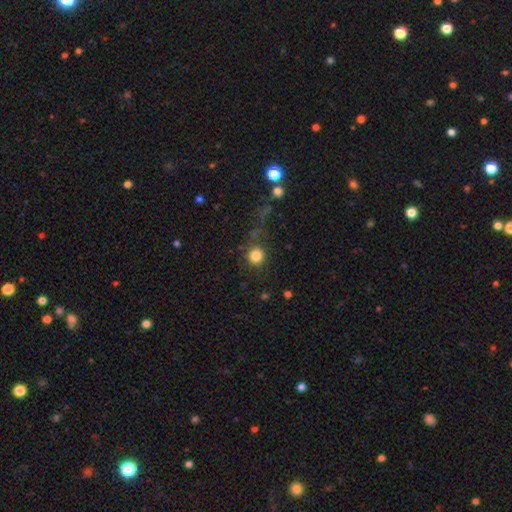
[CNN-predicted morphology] Smooth or featured? Predicted: smooth (p=0.84). How rounded? Predicted: round (p=0.92). Merging? Predicted: none (p=0.77).